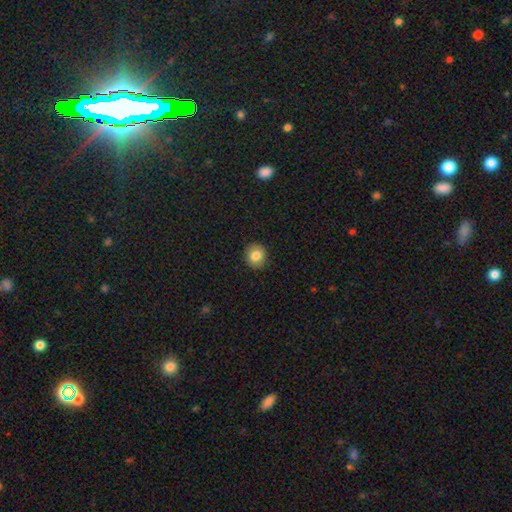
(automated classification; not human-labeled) Smooth or featured: smooth — 83% (star or artifact — 9%)
How rounded: round — 84% (in between — 15%)
Merging: none — 90% (minor disturbance — 8%)